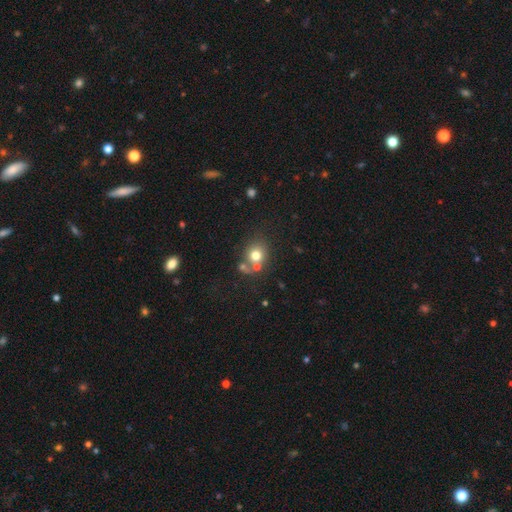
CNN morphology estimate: Overall: smooth (73%). How rounded: round (78%). Merging: none (54%; merger 28%).